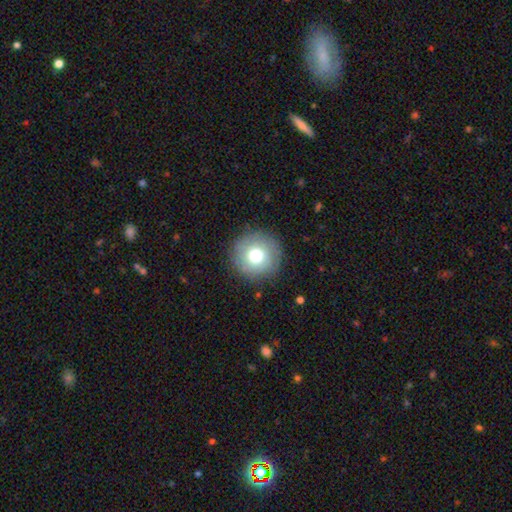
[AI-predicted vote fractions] Morphology: type=smooth (72%); roundness=round (95%); merging=none (87%).